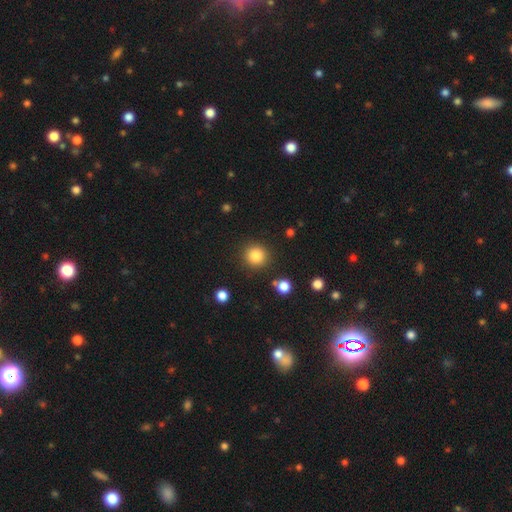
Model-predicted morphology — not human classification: smooth-or-featured: smooth: 84% | star or artifact: 11% | featured or disk: 5%
  how-rounded: round: 93% | in between: 6% | cigar-shaped: 1%
  merging: none: 88% | minor disturbance: 7% | major disturbance: 3% | merger: 3%